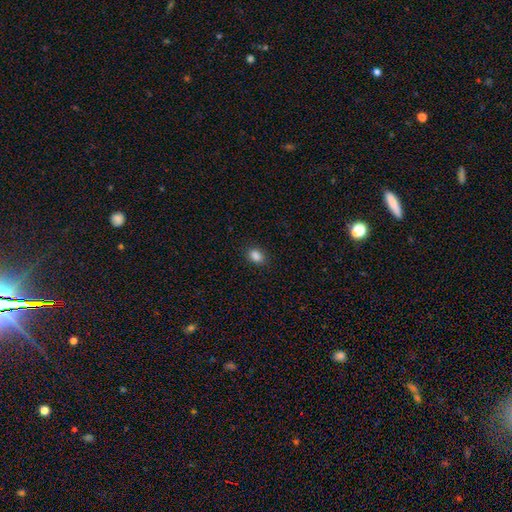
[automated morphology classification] smooth 86%, star or artifact 11%, featured or disk 3%. Down the decision tree: how rounded — in between (71%); merging — none (86%).